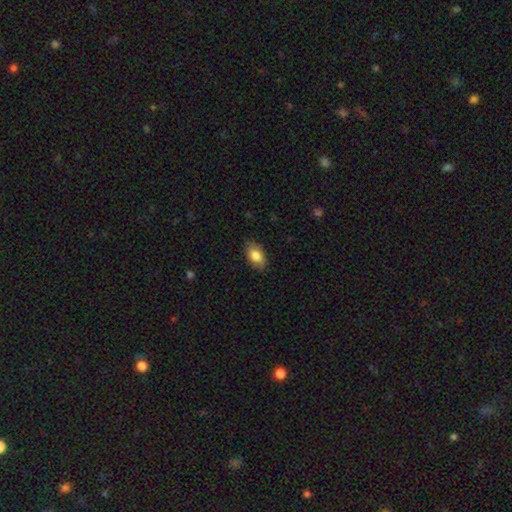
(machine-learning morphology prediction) Overall: smooth (82%). How rounded: in between (90%). Merging: none (83%).